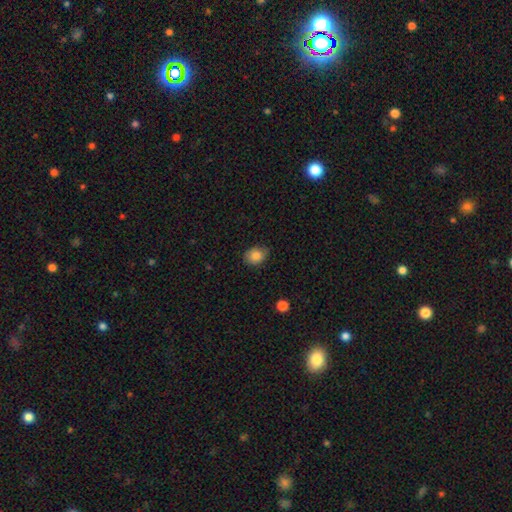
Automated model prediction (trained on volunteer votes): Q: Smooth or featured?
A: smooth (84%); runner-up: star or artifact (8%)
Q: How rounded?
A: in between (57%); runner-up: round (42%)
Q: Merging?
A: none (74%); runner-up: minor disturbance (21%)